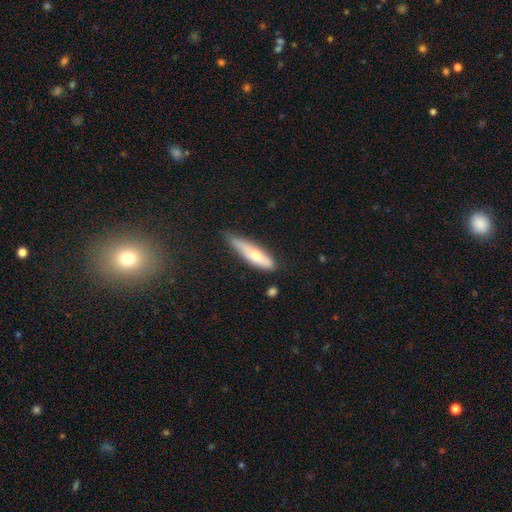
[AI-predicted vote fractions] smooth 64%, featured or disk 30%, star or artifact 6%. Down the decision tree: how rounded — cigar-shaped (66%); merging — none (50%).